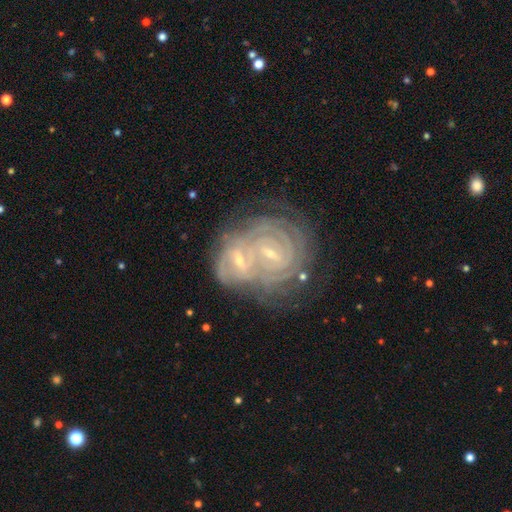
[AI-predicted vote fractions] smooth_or_featured: featured or disk (p=0.77) [alt: smooth p=0.12]
disk_edge_on: no (p=0.97) [alt: yes p=0.03]
bar: weak (p=0.44) [alt: no p=0.39]
has_spiral_arms: yes (p=0.86) [alt: no p=0.14]
spiral_winding: tight (p=0.70) [alt: medium p=0.22]
spiral_arm_count: can't tell (p=0.48) [alt: 2 p=0.20]
bulge_size: small (p=0.76) [alt: moderate p=0.18]
merging: merger (p=0.57) [alt: none p=0.29]